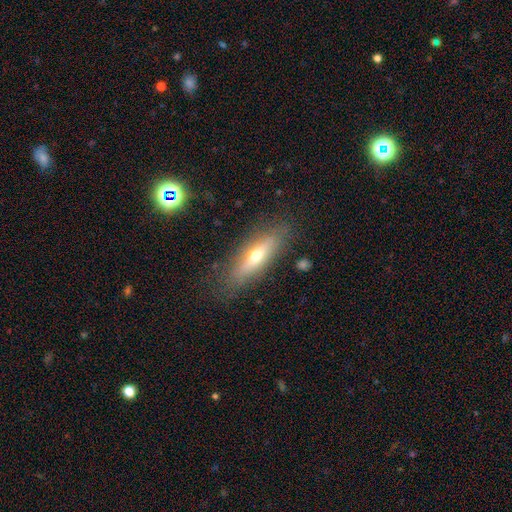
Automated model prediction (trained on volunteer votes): Q: Smooth or featured?
A: featured or disk (46%); tied with: smooth (46%)
Q: Merging?
A: none (82%); runner-up: minor disturbance (12%)